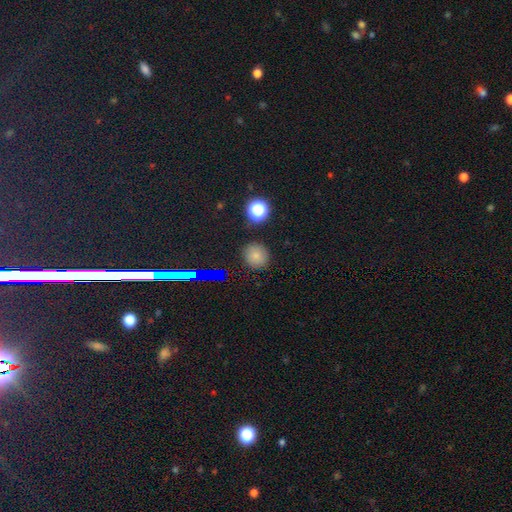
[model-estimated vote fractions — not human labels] This appears to be a smooth galaxy with no disk features (75%) that is round (82%). Merging: none (87%).